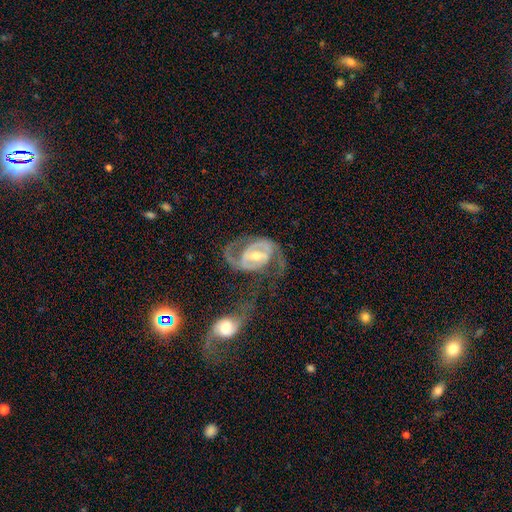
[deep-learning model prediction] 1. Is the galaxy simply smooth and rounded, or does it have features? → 88% featured or disk, 8% smooth, 5% star or artifact.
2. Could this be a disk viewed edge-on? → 97% no, 3% yes.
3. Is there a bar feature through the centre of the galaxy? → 46% weak, 30% strong, 23% no.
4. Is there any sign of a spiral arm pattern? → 92% yes, 8% no.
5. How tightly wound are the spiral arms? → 47% medium, 29% tight, 24% loose.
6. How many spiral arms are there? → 81% 2, 7% can't tell, 6% 1, 3% 3, 1% 4, 1% more than 4.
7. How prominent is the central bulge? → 65% moderate, 26% small, 6% large, 2% none, 1% dominant.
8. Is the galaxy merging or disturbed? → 37% none, 31% major disturbance, 16% merger, 16% minor disturbance.